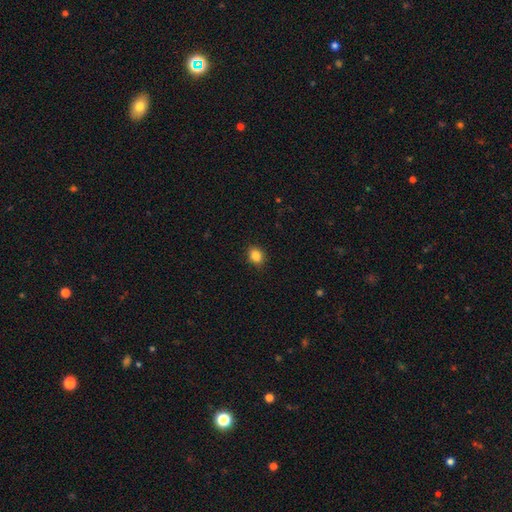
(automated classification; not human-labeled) Morphology: type=smooth (86%); roundness=round (51%); merging=none (89%).